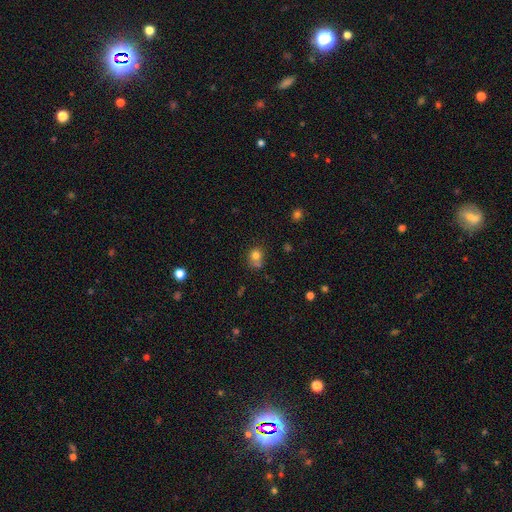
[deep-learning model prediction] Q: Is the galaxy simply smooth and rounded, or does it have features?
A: smooth — 77%.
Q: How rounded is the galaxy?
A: round — 73%.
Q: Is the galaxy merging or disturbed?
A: none — 50%.